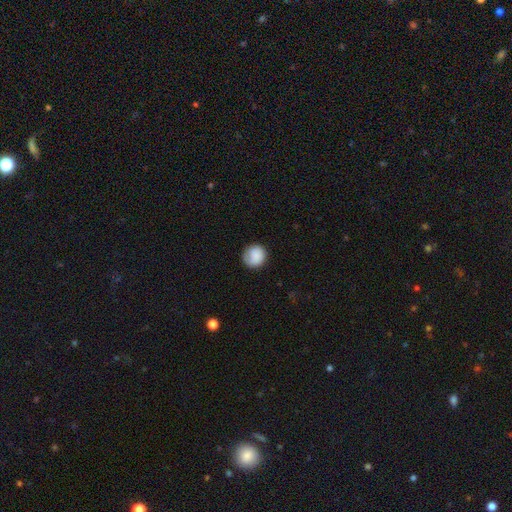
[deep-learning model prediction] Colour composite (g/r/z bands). It shows a smooth galaxy with no disk features (86%) that is round (88%). Merging: none (78%).